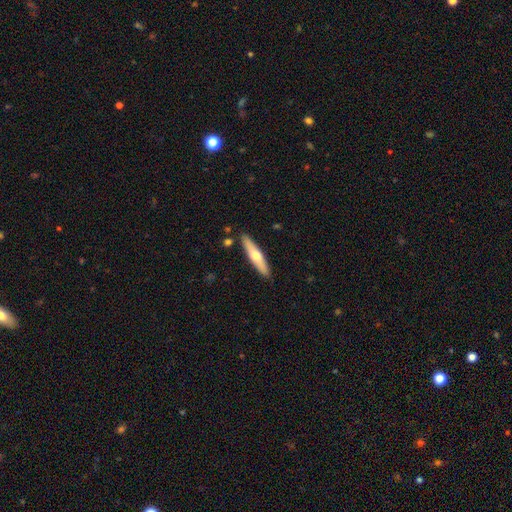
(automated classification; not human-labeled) Smooth or featured? smooth (52%)
How rounded? cigar-shaped (81%)
Merging? none (88%)